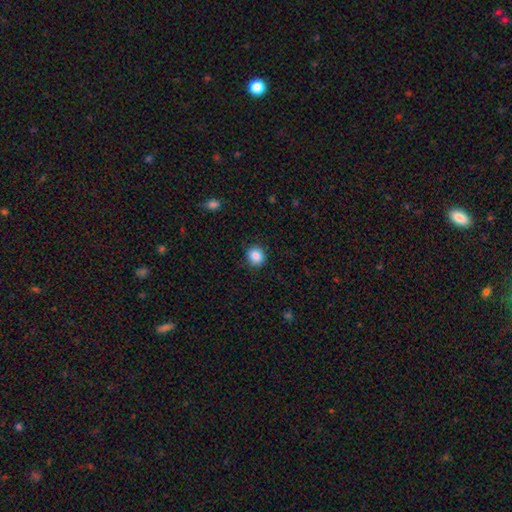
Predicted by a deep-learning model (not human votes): The model was most divided on "how rounded": round: 83%, in between: 16%, cigar-shaped: 1%. More confident: merging — none (87%); smooth or featured — smooth (87%).